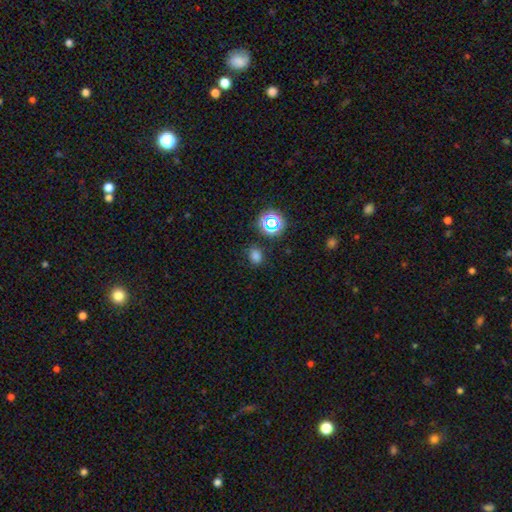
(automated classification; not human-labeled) Morphology: type=smooth (70%); roundness=in between (57%); merging=none (79%).